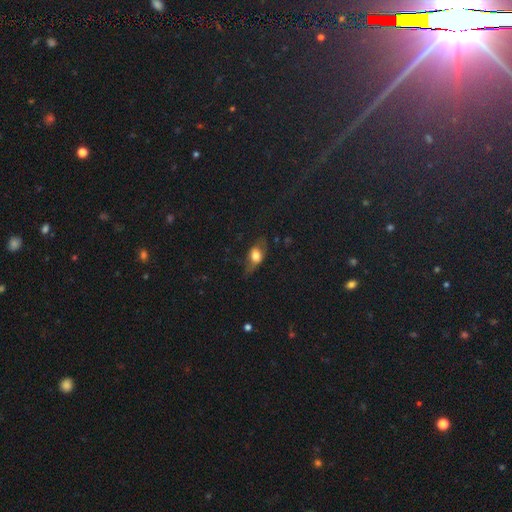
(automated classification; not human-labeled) The model was most divided on "merging": none: 59%, minor disturbance: 27%, major disturbance: 12%, merger: 2%. More confident: how rounded — in between (75%); smooth or featured — smooth (64%).